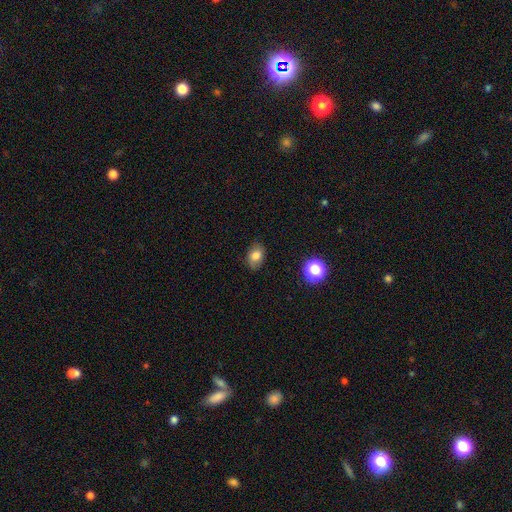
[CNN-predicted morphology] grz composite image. It shows a smooth galaxy with no disk features (78%) that is in between round and cigar-shaped (79%). Merging: none (83%).